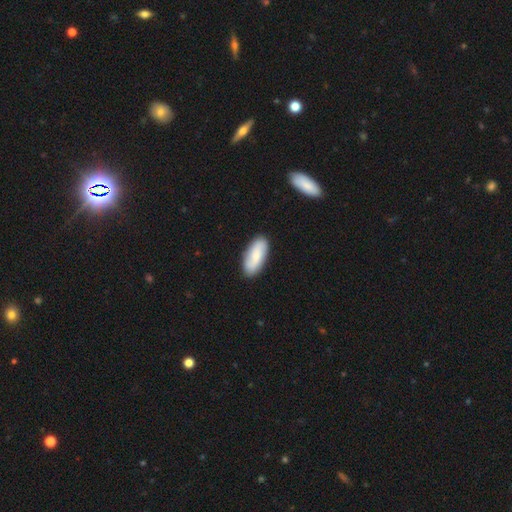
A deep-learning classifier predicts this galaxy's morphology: Smooth or featured? smooth (66%)
How rounded? in between (85%)
Merging? none (87%)